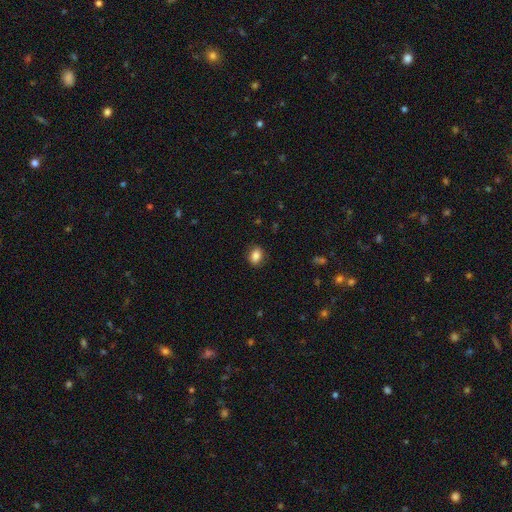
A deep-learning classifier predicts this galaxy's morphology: Smooth or featured? smooth (85%)
How rounded? in between (69%)
Merging? none (87%)